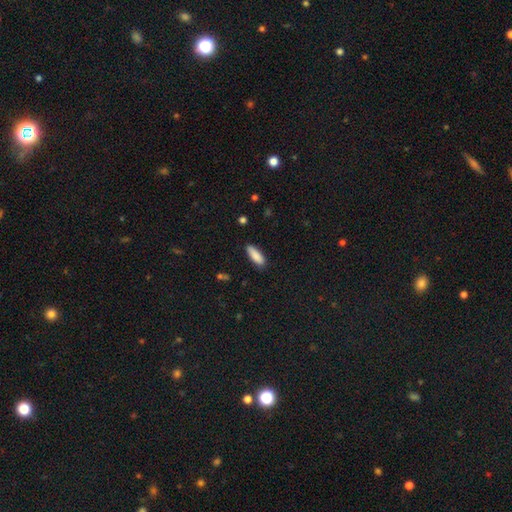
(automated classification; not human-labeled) This appears to be a smooth galaxy with no disk features (88%) that is in between round and cigar-shaped (62%). Merging: none (84%).